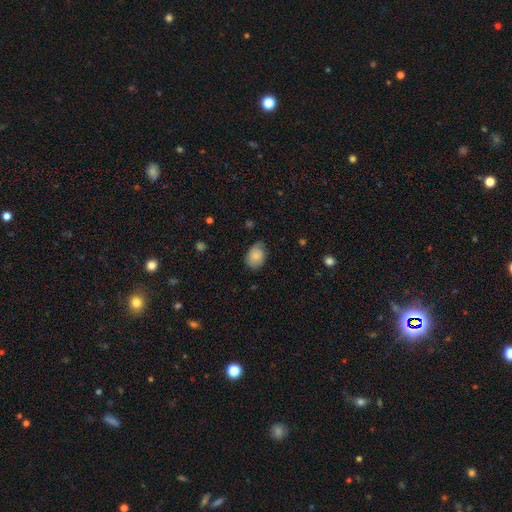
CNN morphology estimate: Overall: smooth (79%). How rounded: in between (68%; round 31%). Merging: none (61%; minor disturbance 31%).